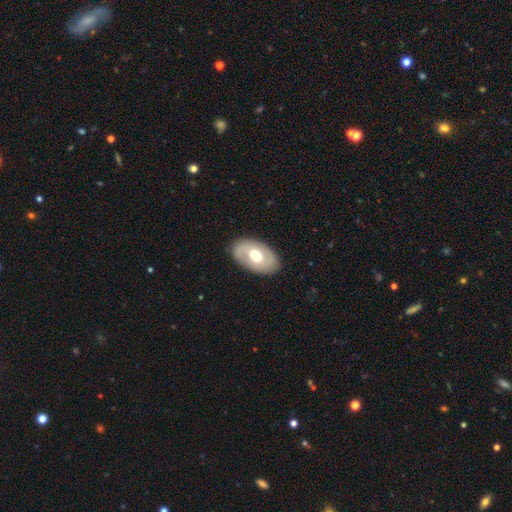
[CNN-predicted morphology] featured or disk 48%, smooth 46%, star or artifact 6%. Down the decision tree: merging — none (84%).